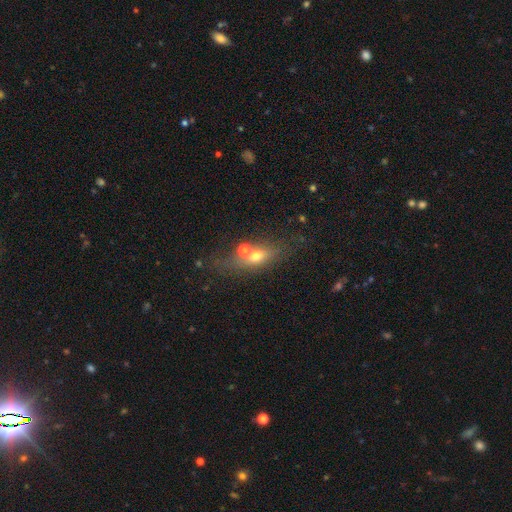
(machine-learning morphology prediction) type=smooth (55%); roundness=in between (54%); merging=none (49%).